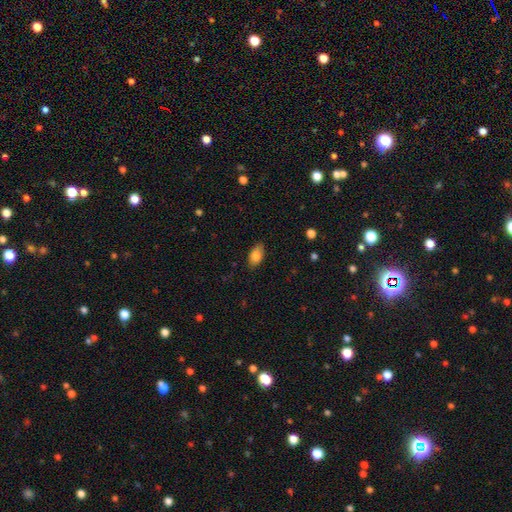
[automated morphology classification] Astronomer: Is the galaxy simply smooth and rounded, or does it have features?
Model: smooth — 85%.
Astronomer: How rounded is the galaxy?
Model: in between — 91%.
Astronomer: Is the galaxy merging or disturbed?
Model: none — 82%.